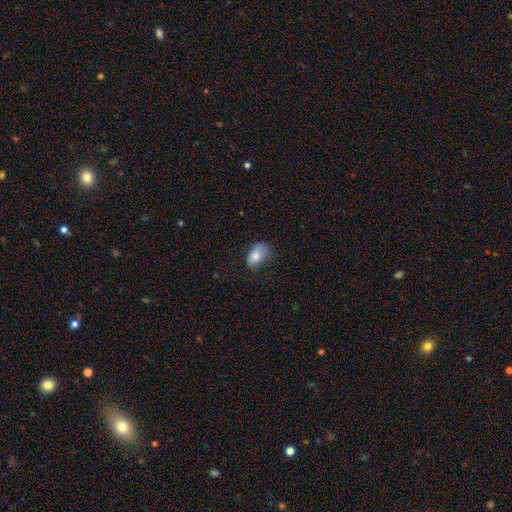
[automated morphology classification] smooth 79%, featured or disk 14%, star or artifact 8%. Down the decision tree: how rounded — in between (89%); merging — none (53%).